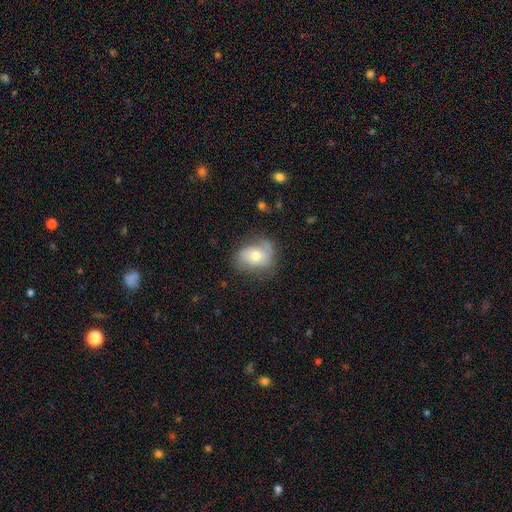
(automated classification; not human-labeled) smooth 57%, featured or disk 34%, star or artifact 8%. Down the decision tree: how rounded — in between (66%); merging — none (55%).